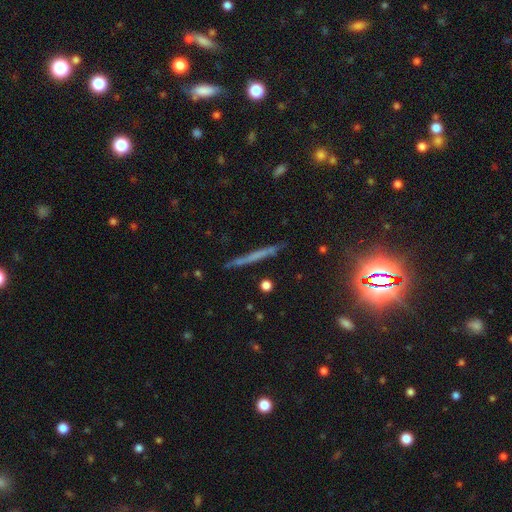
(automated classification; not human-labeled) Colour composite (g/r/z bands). It shows a featured or disk galaxy (44%). Merging: none (88%).